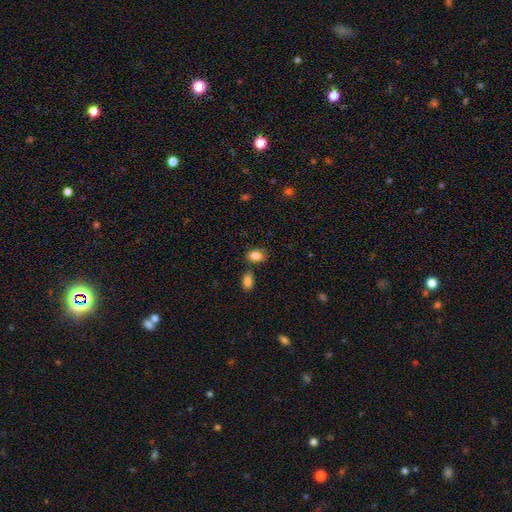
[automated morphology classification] smooth 85%, star or artifact 9%, featured or disk 7%. Down the decision tree: how rounded — in between (81%); merging — none (71%).